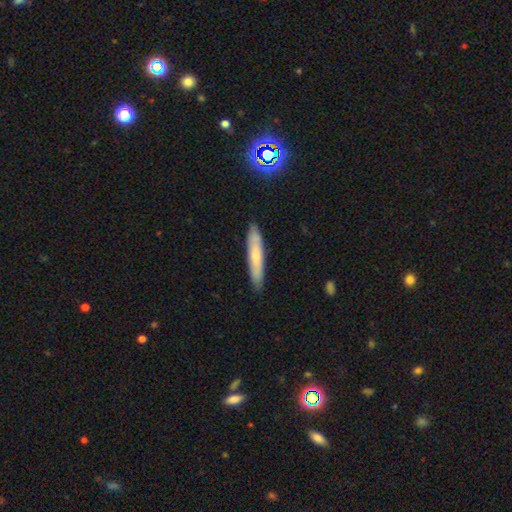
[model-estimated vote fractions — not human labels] Smooth or featured? smooth (62%)
How rounded? cigar-shaped (90%)
Merging? none (87%)